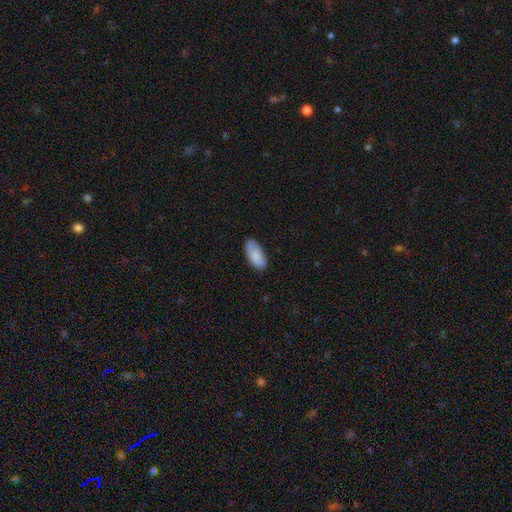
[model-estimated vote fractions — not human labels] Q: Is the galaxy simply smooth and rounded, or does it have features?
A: smooth — 86%.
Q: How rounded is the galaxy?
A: in between — 91%.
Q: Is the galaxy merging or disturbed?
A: none — 81%.